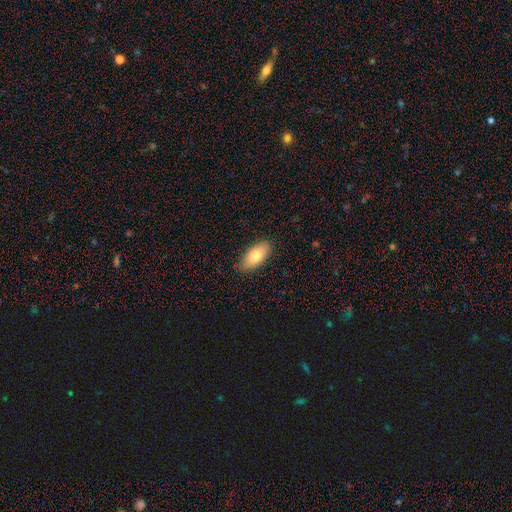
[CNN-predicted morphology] Smooth or featured? Predicted: smooth (p=0.77). How rounded? Predicted: in between (p=0.89). Merging? Predicted: none (p=0.87).